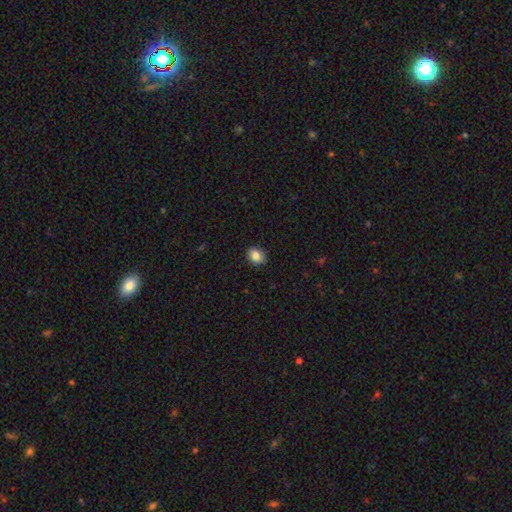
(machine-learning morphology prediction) smooth 85%, star or artifact 9%, featured or disk 7%. Down the decision tree: how rounded — in between (53%); merging — none (89%).